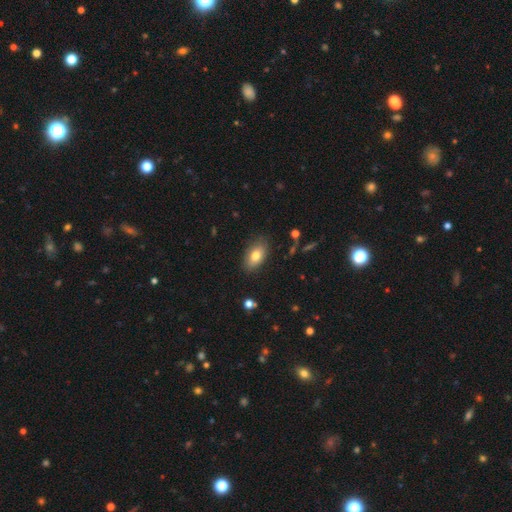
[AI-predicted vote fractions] Smooth or featured: smooth — 79% (featured or disk — 14%)
How rounded: in between — 91% (round — 6%)
Merging: none — 83% (minor disturbance — 12%)